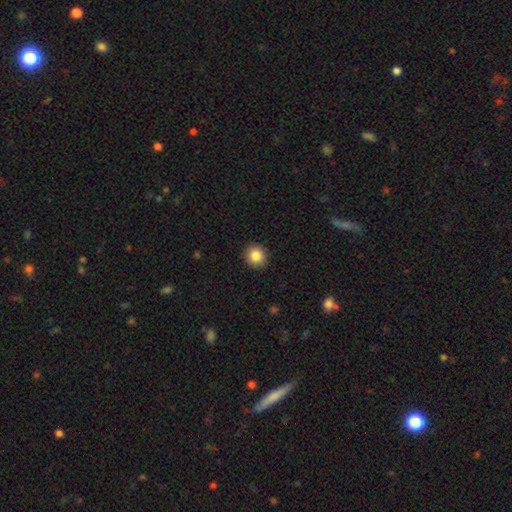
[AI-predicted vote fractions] smooth-or-featured: smooth: 86% | star or artifact: 10% | featured or disk: 5%
  how-rounded: round: 92% | in between: 7% | cigar-shaped: 1%
  merging: none: 92% | minor disturbance: 5% | major disturbance: 2% | merger: 1%